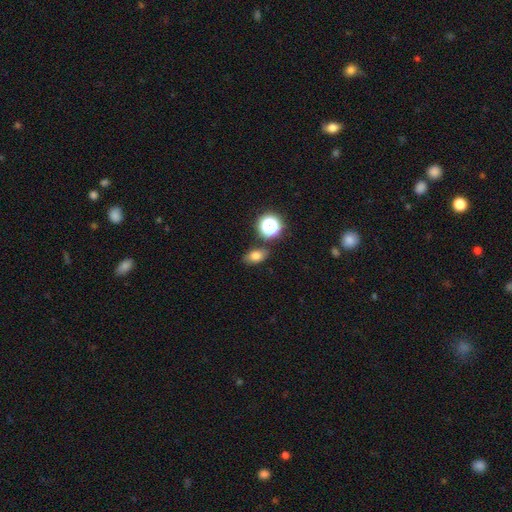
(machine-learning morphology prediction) Overall: smooth (73%). How rounded: in between (77%). Merging: none (79%).